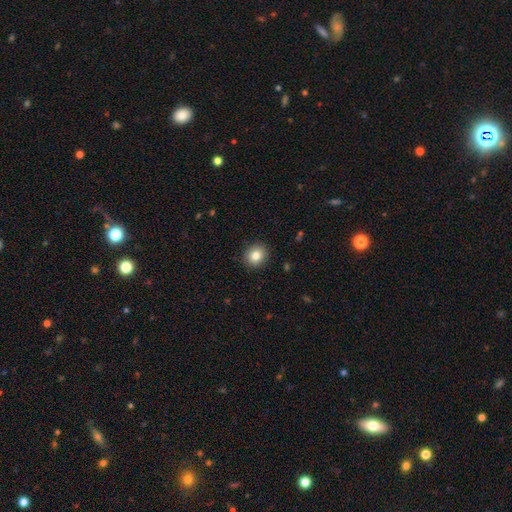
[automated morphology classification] This is clearly a smooth galaxy (83%). How rounded: likely round (75%). Merging: clearly none (90%).